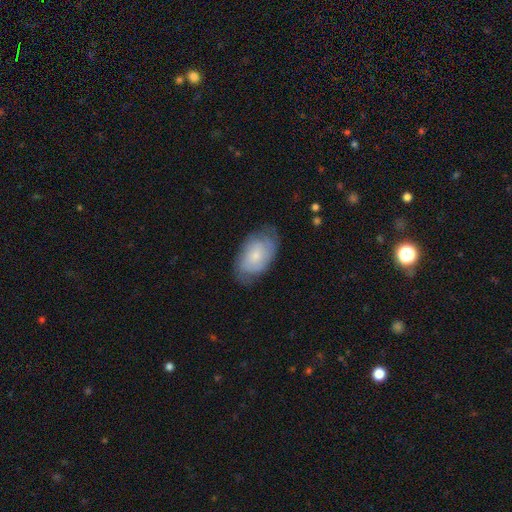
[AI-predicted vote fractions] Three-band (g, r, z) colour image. It shows a smooth galaxy with no disk features (47%). Merging: none (68%).